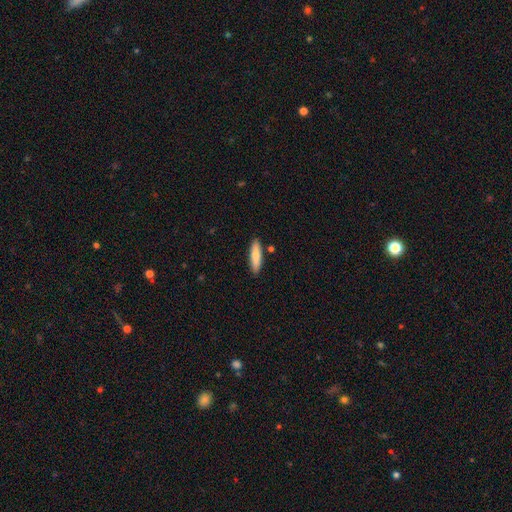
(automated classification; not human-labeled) Smooth or featured? Predicted: smooth (p=0.80). How rounded? Predicted: cigar-shaped (p=0.67). Merging? Predicted: none (p=0.86).